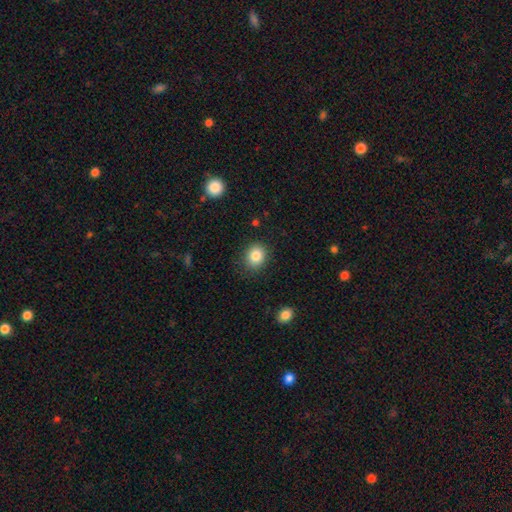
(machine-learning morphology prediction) Smooth or featured?
  - smooth: 84% *
  - star or artifact: 10%
  - featured or disk: 6%
How rounded?
  - round: 63% *
  - in between: 36%
  - cigar-shaped: 1%
Merging?
  - none: 87% *
  - minor disturbance: 10%
  - major disturbance: 3%
  - merger: 1%